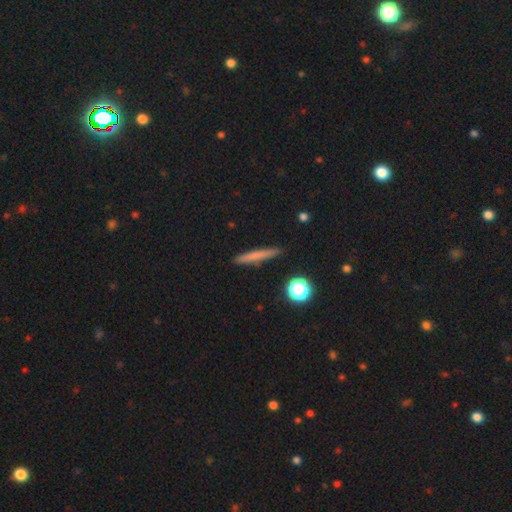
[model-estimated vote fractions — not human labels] A smooth galaxy with no disk features (70%) that is cigar-shaped (93%). Merging: none (90%).